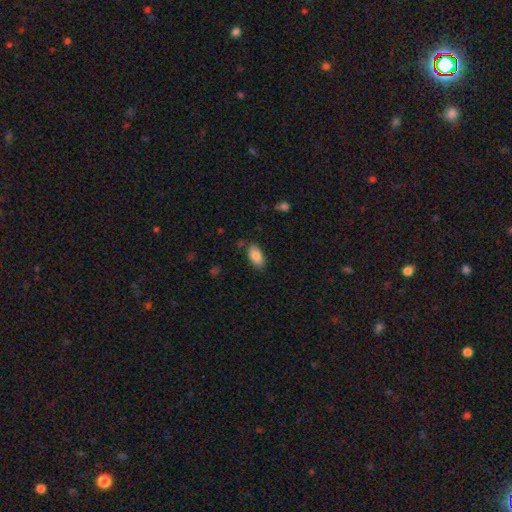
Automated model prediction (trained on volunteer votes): Smooth or featured?
  - smooth: 86% *
  - star or artifact: 7%
  - featured or disk: 7%
How rounded?
  - in between: 93% *
  - round: 4%
  - cigar-shaped: 3%
Merging?
  - none: 81% *
  - minor disturbance: 14%
  - major disturbance: 3%
  - merger: 2%